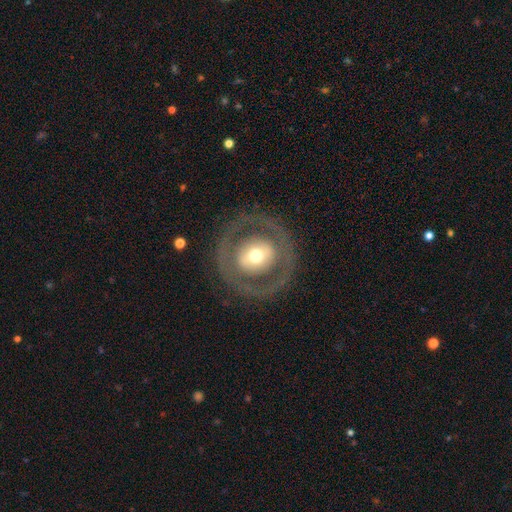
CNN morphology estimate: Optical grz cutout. It shows a featured or disk galaxy (54%) with no bar (75%), no spiral arms (89%) and a moderate central bulge (63%). Merging: none (83%).